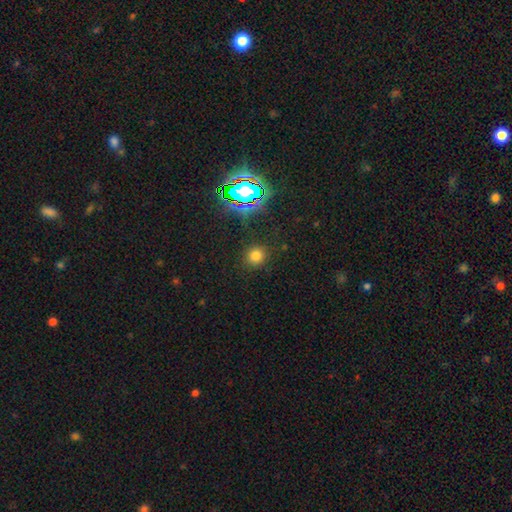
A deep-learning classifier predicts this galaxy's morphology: The model was most divided on "smooth or featured": smooth: 72%, star or artifact: 21%, featured or disk: 6%. More confident: how rounded — round (90%); merging — none (88%).